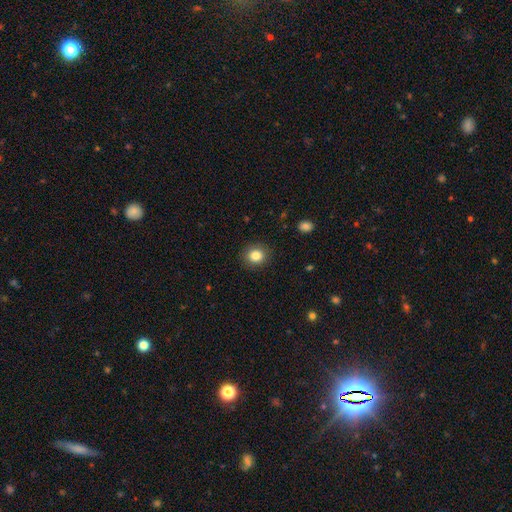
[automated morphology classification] Overall: smooth (84%). How rounded: round (79%). Merging: none (89%).